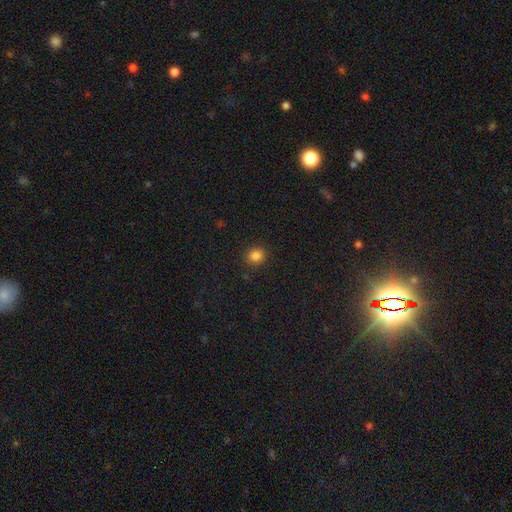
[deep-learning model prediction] The model was most divided on "how rounded": round: 77%, in between: 22%, cigar-shaped: 1%. More confident: merging — none (90%); smooth or featured — smooth (84%).